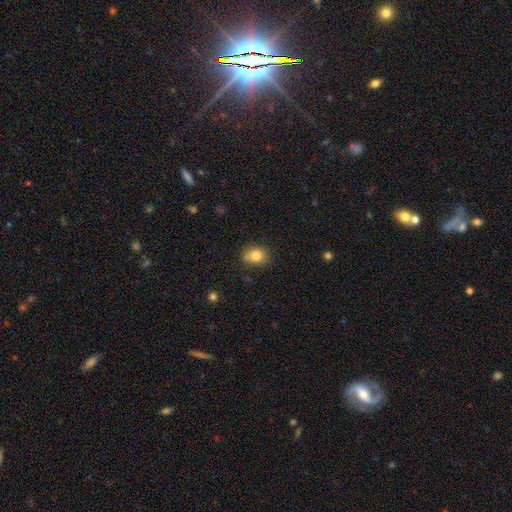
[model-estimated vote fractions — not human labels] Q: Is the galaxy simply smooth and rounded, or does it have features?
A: smooth — 82%.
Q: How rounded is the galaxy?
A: round — 55%.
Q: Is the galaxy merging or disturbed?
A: none — 75%.